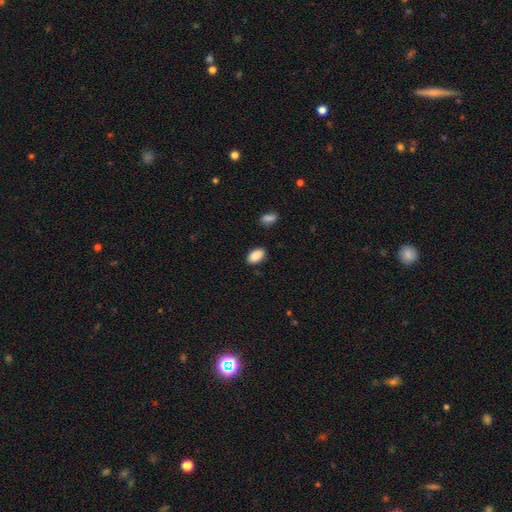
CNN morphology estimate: This appears to be a smooth galaxy with no disk features (89%) that is in between round and cigar-shaped (91%). Merging: none (86%).